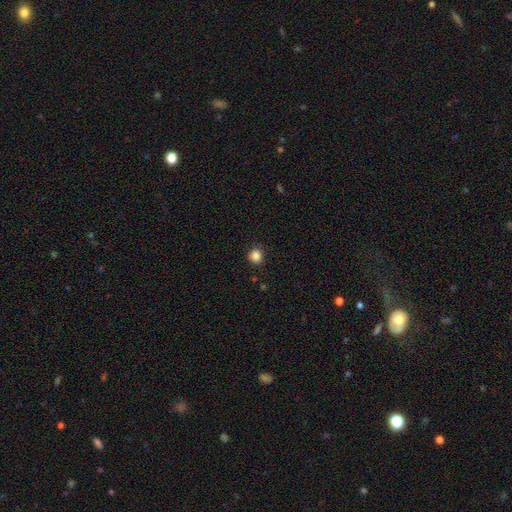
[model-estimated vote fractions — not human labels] A smooth galaxy with no disk features (85%) that is round (87%). Merging: none (90%).